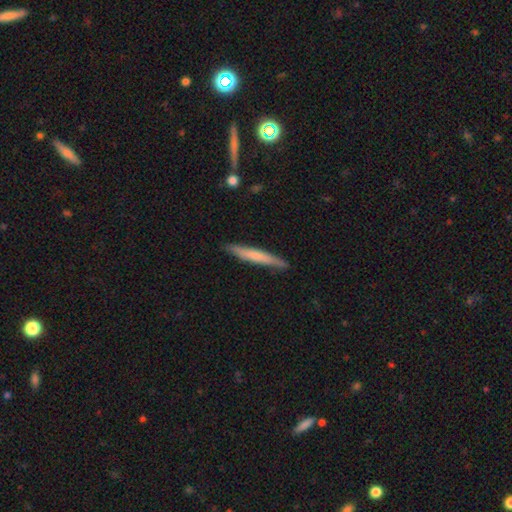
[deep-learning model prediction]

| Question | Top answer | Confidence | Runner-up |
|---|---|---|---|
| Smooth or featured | smooth | 59% | featured or disk (36%) |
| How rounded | cigar-shaped | 95% | in between (4%) |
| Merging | none | 87% | minor disturbance (10%) |